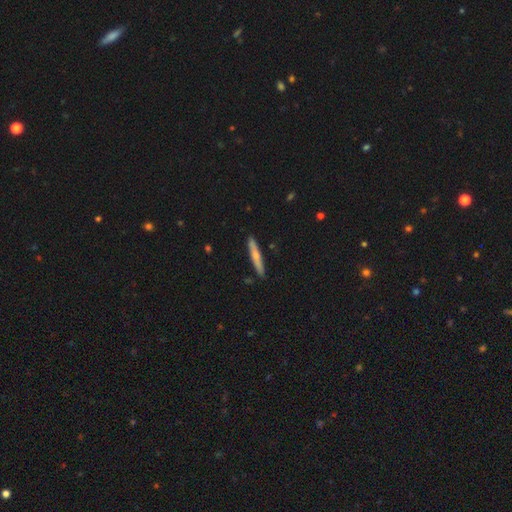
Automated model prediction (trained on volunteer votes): This appears to be a smooth galaxy with no disk features (57%) that is cigar-shaped (94%). Merging: none (90%).